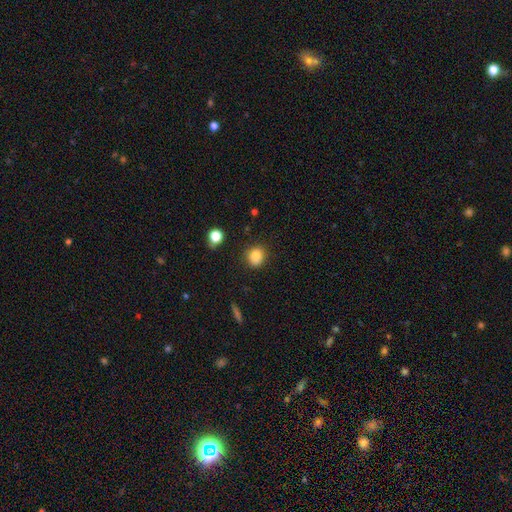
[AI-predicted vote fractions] Morphology: type=smooth (85%); roundness=round (78%); merging=none (85%).